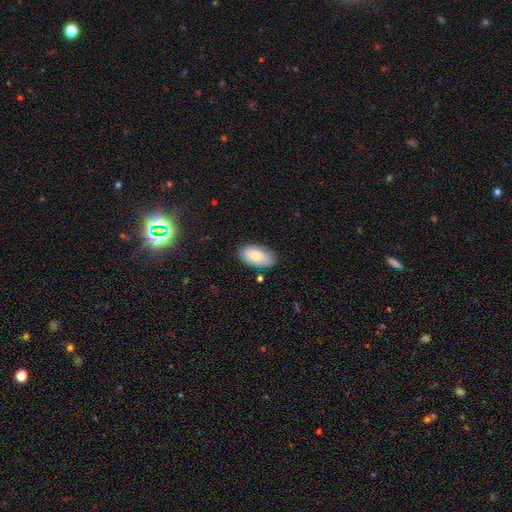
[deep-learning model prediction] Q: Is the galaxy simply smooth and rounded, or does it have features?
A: smooth — 76%.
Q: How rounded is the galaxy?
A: in between — 95%.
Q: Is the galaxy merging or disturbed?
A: none — 83%.